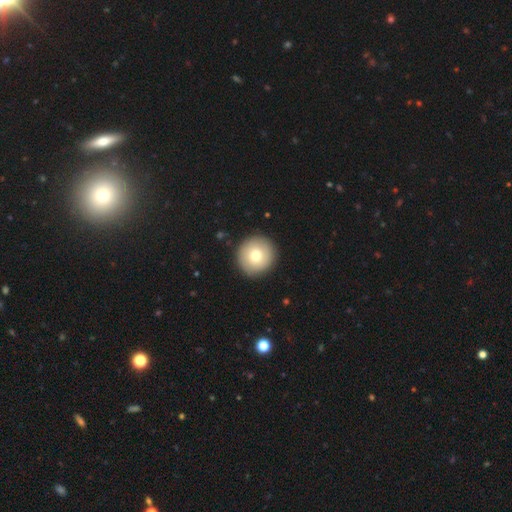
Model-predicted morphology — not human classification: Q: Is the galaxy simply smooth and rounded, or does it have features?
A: smooth — 75%.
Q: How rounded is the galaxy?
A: round — 95%.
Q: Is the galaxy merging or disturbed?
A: none — 91%.